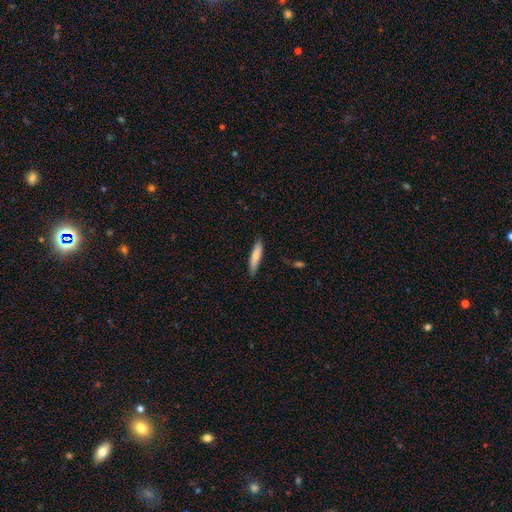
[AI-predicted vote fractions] Q: Smooth or featured?
A: smooth (72%); runner-up: featured or disk (22%)
Q: How rounded?
A: cigar-shaped (84%); runner-up: in between (15%)
Q: Merging?
A: none (82%); runner-up: minor disturbance (15%)